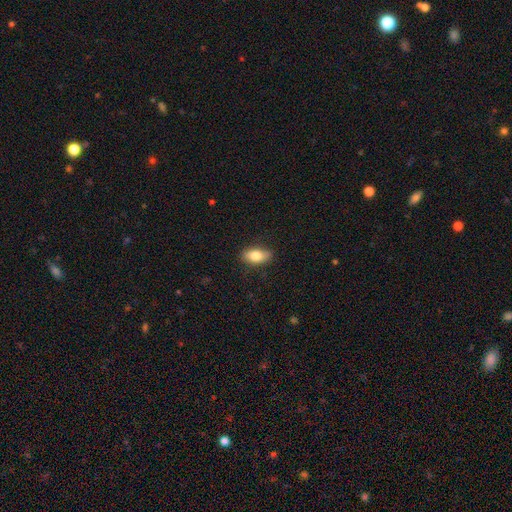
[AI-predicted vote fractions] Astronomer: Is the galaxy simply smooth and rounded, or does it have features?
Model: smooth — 80%.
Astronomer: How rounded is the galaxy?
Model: in between — 89%.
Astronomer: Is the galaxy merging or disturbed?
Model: none — 84%.